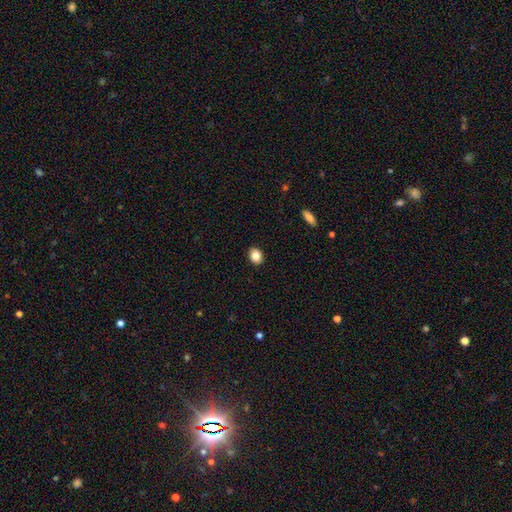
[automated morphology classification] A smooth galaxy with no disk features (83%) that is round (52%).

Vote fractions:
- Smooth or featured? smooth: 83% / star or artifact: 10% / featured or disk: 7%
- How rounded? round: 52% / in between: 47% / cigar-shaped: 1%
- Merging? none: 90% / minor disturbance: 7% / major disturbance: 2% / merger: 1%